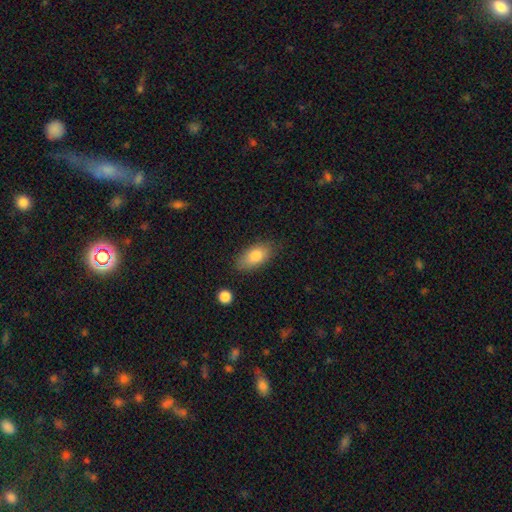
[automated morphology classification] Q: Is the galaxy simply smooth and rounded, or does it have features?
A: smooth — 81%.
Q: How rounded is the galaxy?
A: in between — 90%.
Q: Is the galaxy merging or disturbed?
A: none — 79%.